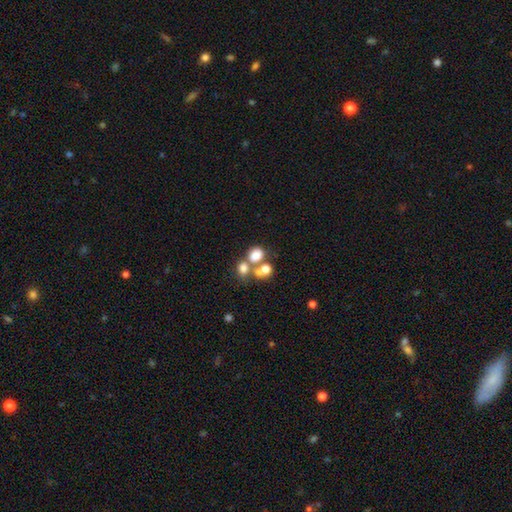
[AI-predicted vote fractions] Morphology: type=smooth (71%); roundness=round (57%); merging=merger (48%).